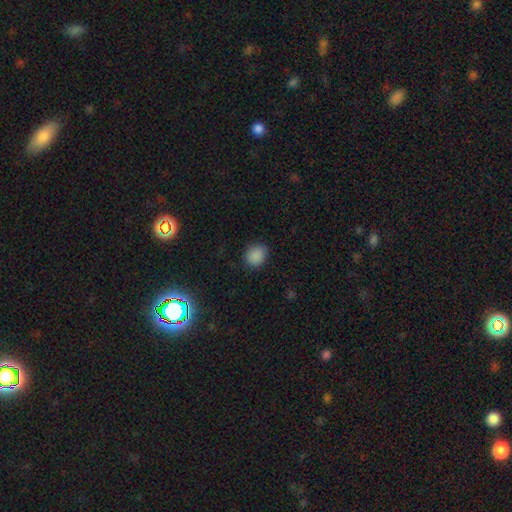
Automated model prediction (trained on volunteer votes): A smooth galaxy with no disk features (86%) that is round (67%). Merging: none (82%).